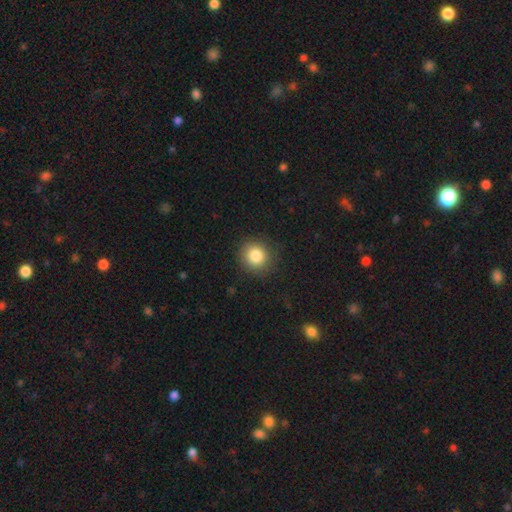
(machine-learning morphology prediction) Smooth or featured? smooth (83%)
How rounded? round (89%)
Merging? none (89%)